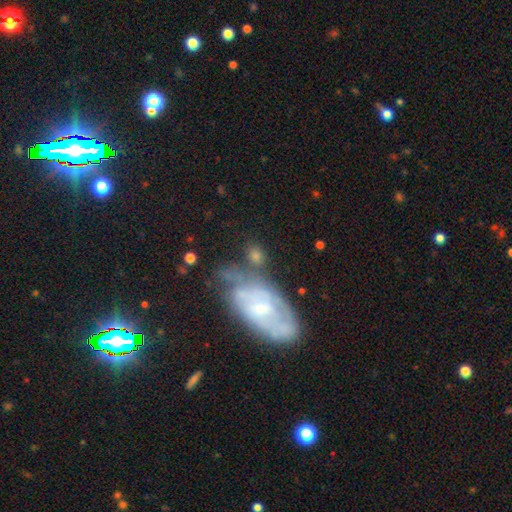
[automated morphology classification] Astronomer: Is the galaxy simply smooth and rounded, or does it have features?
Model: smooth — 50% (runner-up: featured or disk, 39%).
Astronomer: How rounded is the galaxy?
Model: in between — 61%.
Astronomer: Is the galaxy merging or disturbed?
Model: none — 54%.